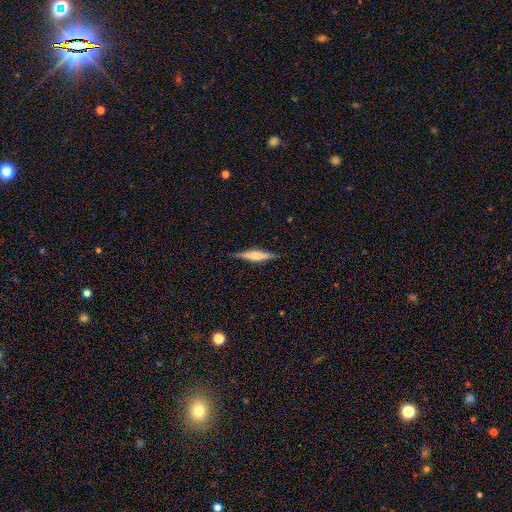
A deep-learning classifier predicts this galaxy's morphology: smooth_or_featured: featured or disk (p=0.60) [alt: smooth p=0.33]
disk_edge_on: yes (p=0.97) [alt: no p=0.03]
edge_on_bulge: rounded (p=0.67) [alt: boxy p=0.17]
merging: none (p=0.88) [alt: minor disturbance p=0.09]